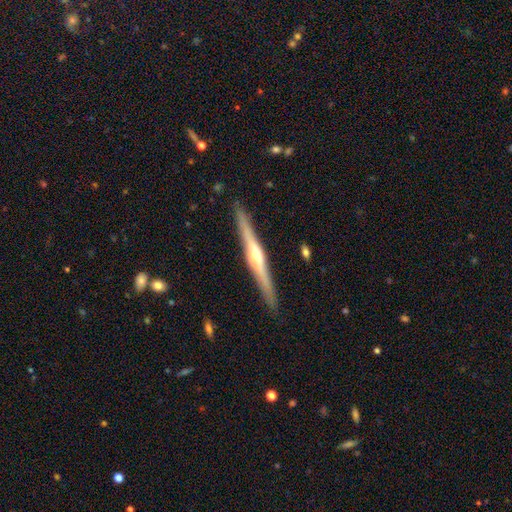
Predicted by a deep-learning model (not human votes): This appears to be a featured or disk galaxy (78%) viewed edge-on (98%) with a rounded central bulge (84%). Merging: none (90%).